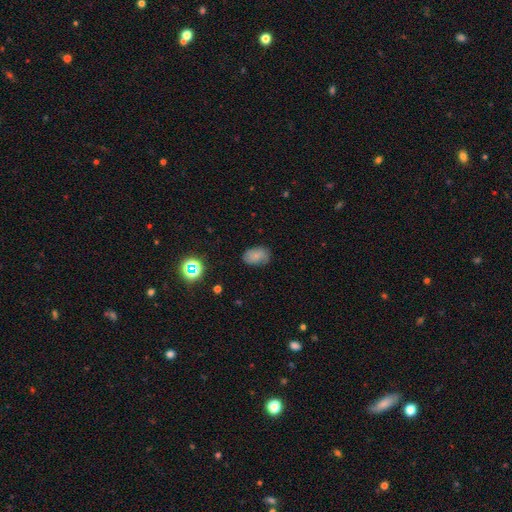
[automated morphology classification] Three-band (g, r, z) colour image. It shows a smooth galaxy with no disk features (71%) that is in between round and cigar-shaped (85%). Merging: none (71%).